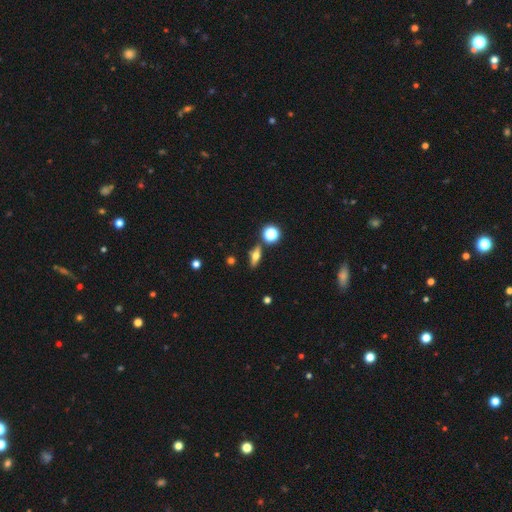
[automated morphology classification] A smooth galaxy with no disk features (46%).

Vote fractions:
- Smooth or featured? smooth: 46% / featured or disk: 42% / star or artifact: 12%
- Merging? none: 82% / minor disturbance: 9% / merger: 6% / major disturbance: 3%